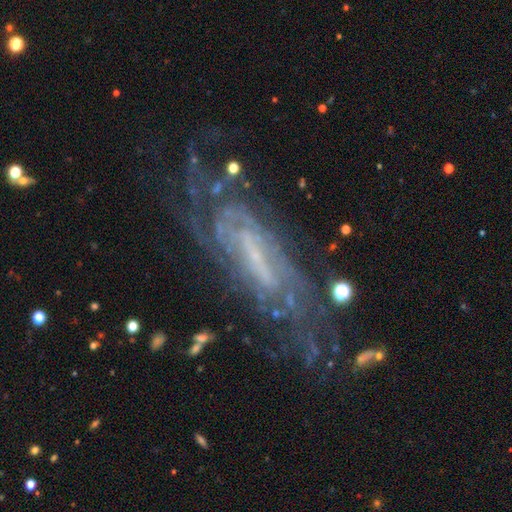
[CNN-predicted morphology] featured or disk 83%, star or artifact 8%, smooth 8%. Down the decision tree: edge-on disk — no (84%); bar — weak (41%); spiral arms — yes (92%); spiral arm count — can't tell (51%); spiral winding — tight (60%); bulge size — small (47%); merging — none (65%).